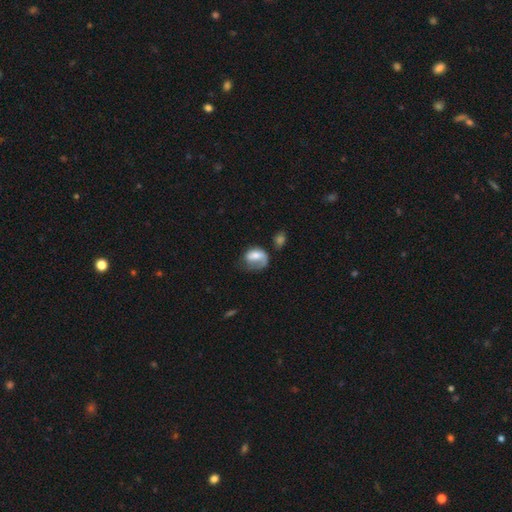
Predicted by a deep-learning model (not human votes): A smooth galaxy with no disk features (53%) that is in between round and cigar-shaped (73%). Merging: major disturbance (39%).